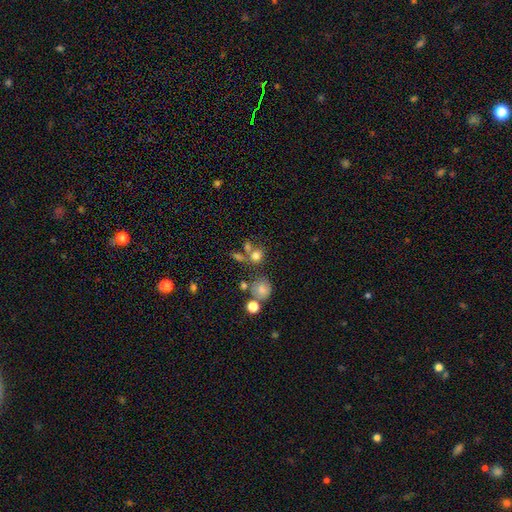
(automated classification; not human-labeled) Smooth or featured: smooth — 73% (star or artifact — 16%)
How rounded: round — 78% (in between — 21%)
Merging: none — 56% (merger — 27%)